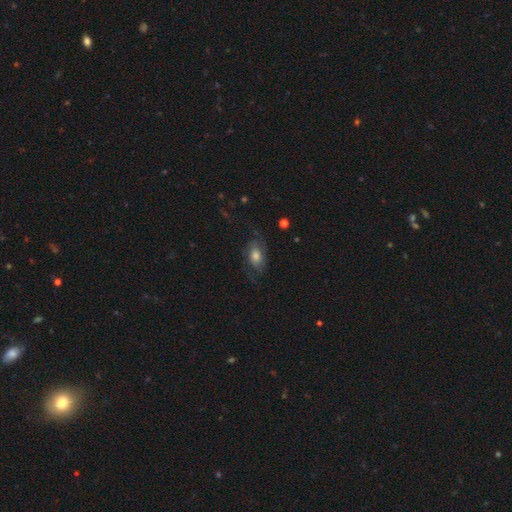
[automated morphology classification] Q: Smooth or featured?
A: featured or disk (51%); runner-up: smooth (38%)
Q: Edge-on disk?
A: no (93%); runner-up: yes (7%)
Q: Merging?
A: none (63%); runner-up: minor disturbance (20%)